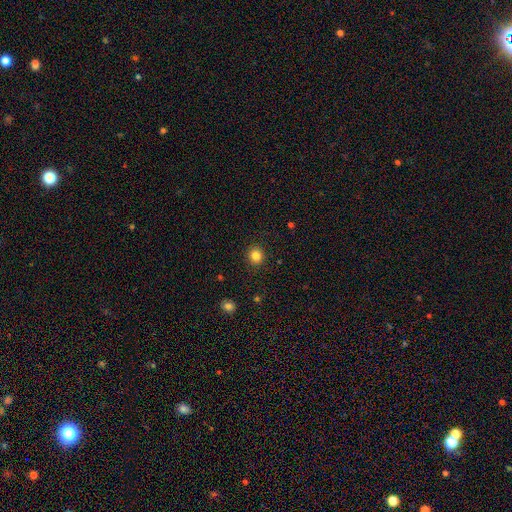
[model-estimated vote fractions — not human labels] Morphology: type=smooth (83%); roundness=round (87%); merging=none (91%).